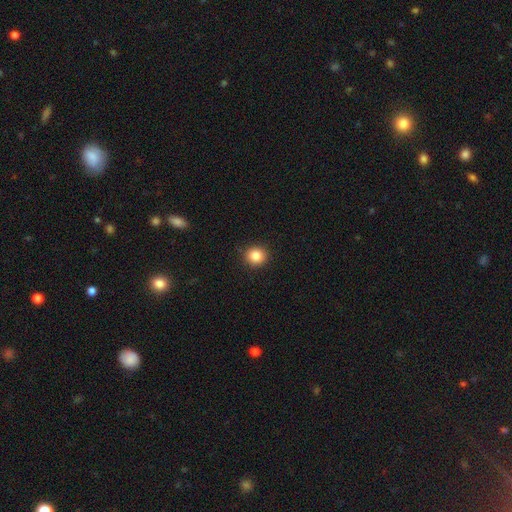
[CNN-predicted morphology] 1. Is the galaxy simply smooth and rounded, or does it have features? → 85% smooth, 10% star or artifact, 5% featured or disk.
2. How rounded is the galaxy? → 89% round, 10% in between, 1% cigar-shaped.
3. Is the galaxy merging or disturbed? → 91% none, 7% minor disturbance, 2% major disturbance, 1% merger.